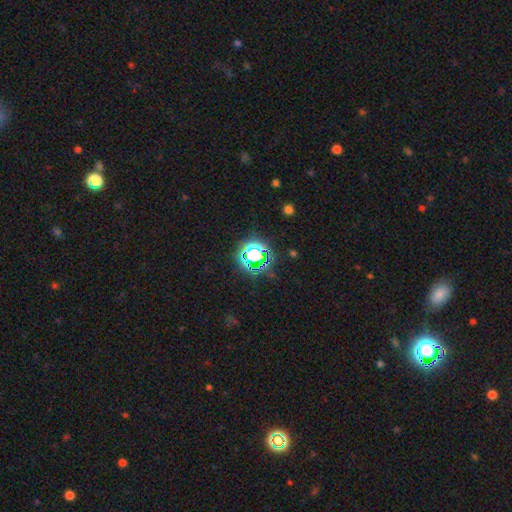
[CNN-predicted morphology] This is likely a star or artifact rather than a galaxy (70%).